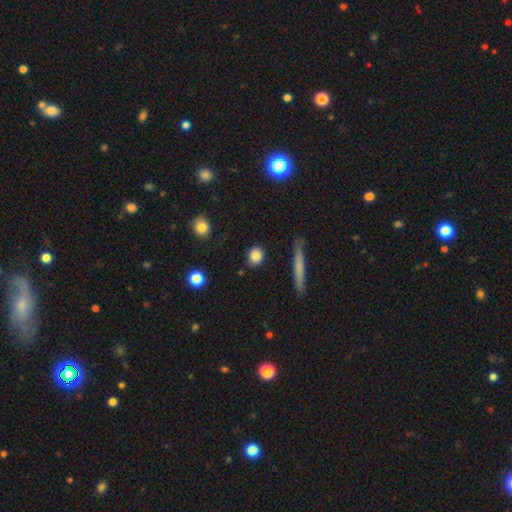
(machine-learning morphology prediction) Q: Smooth or featured?
A: smooth (84%); runner-up: star or artifact (8%)
Q: How rounded?
A: round (76%); runner-up: in between (19%)
Q: Merging?
A: none (86%); runner-up: minor disturbance (9%)